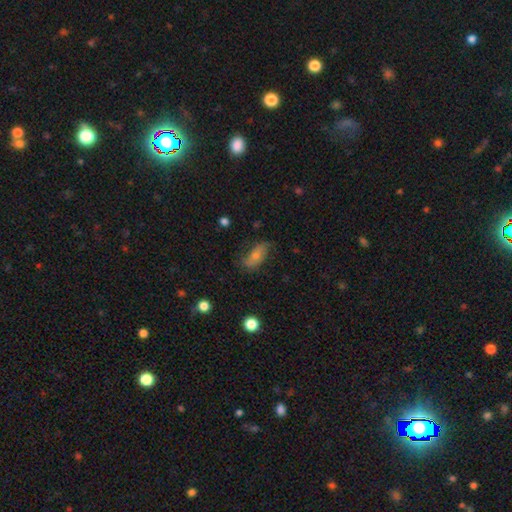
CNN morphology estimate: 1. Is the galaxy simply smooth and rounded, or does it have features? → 51% smooth, 36% featured or disk, 13% star or artifact.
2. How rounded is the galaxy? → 75% in between, 19% cigar-shaped, 6% round.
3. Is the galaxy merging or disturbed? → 67% none, 23% minor disturbance, 8% major disturbance, 2% merger.